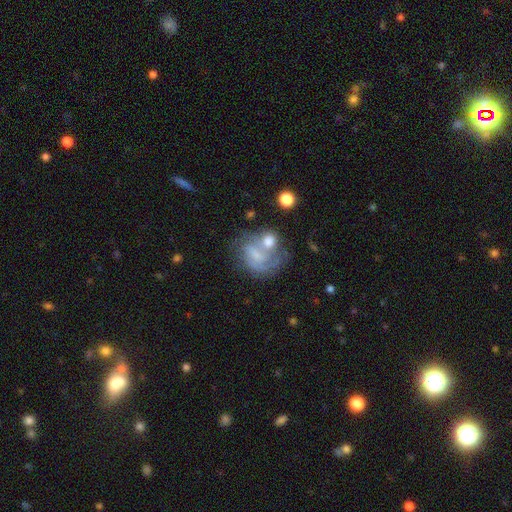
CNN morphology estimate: This appears to be a featured or disk galaxy (62%) with no bar (49%), spiral arms (74%) and a small central bulge (45%). Merging: merger (35%).